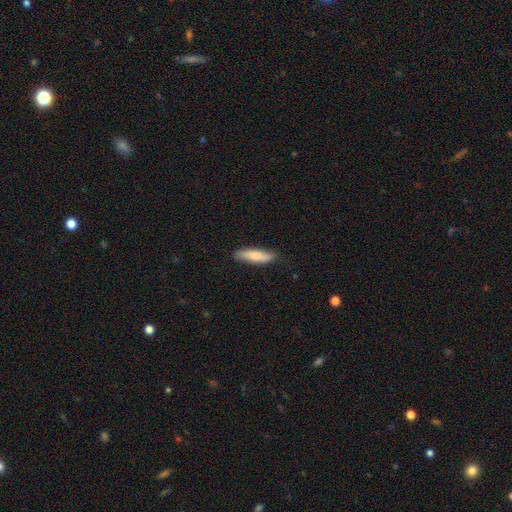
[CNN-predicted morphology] Smooth or featured? Predicted: smooth (p=0.80). How rounded? Predicted: cigar-shaped (p=0.63). Merging? Predicted: none (p=0.84).